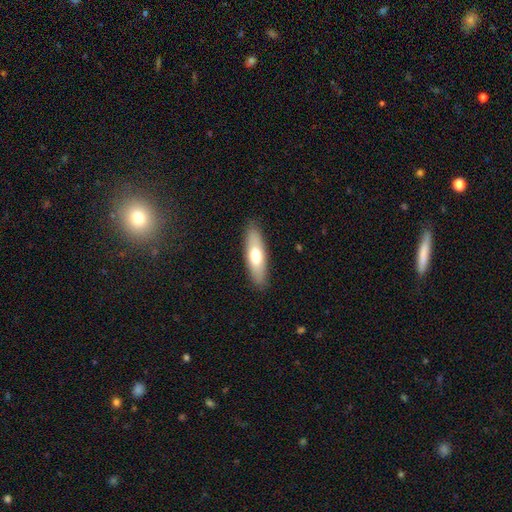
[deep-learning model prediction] smooth 64%, featured or disk 30%, star or artifact 6%. Down the decision tree: how rounded — cigar-shaped (52%); merging — none (88%).